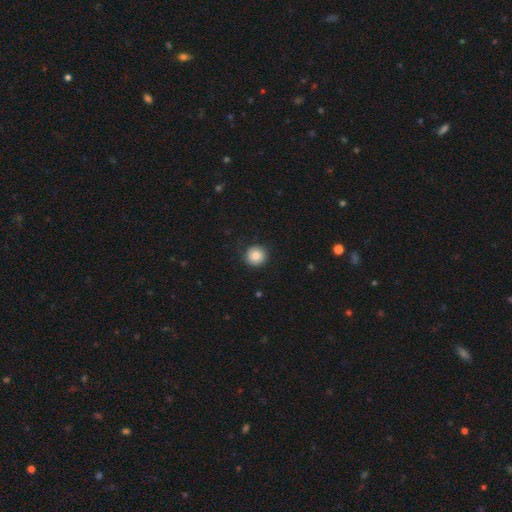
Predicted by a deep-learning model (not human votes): The model was most divided on "merging": none: 82%, minor disturbance: 13%, major disturbance: 4%, merger: 1%. More confident: how rounded — round (93%); smooth or featured — smooth (85%).